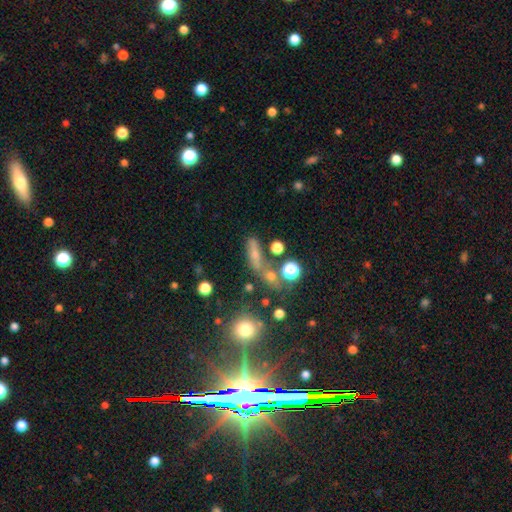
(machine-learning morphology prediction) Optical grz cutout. It shows a smooth galaxy with no disk features (50%). Merging: none (44%).